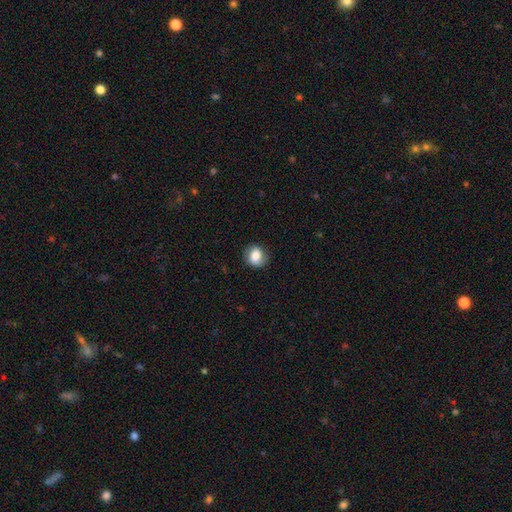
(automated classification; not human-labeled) Smooth or featured? Predicted: smooth (p=0.77). How rounded? Predicted: round (p=0.64). Merging? Predicted: none (p=0.78).